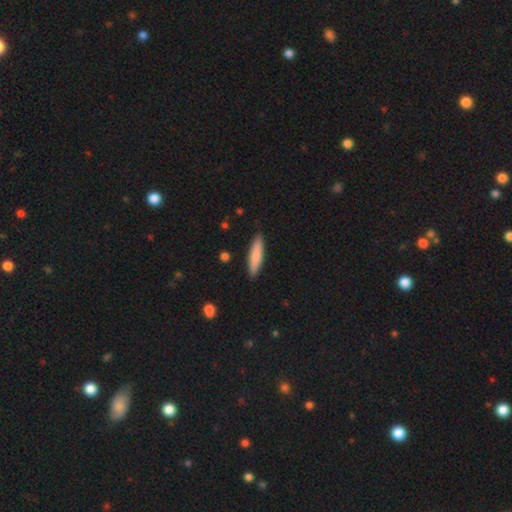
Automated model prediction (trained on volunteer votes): This is likely a smooth galaxy (80%). How rounded: likely cigar-shaped (78%). Merging: clearly none (89%).